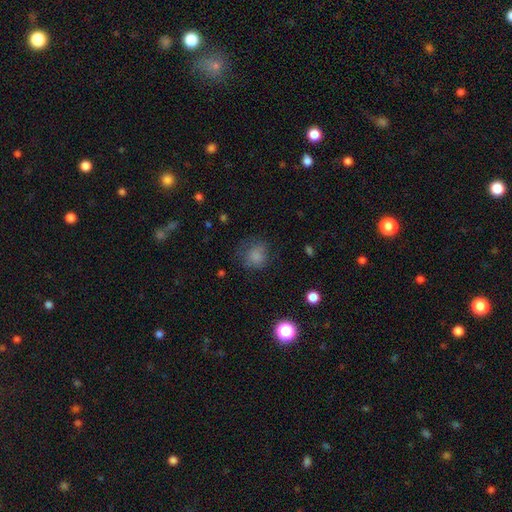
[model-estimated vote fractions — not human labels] smooth_or_featured: smooth (p=0.77) [alt: star or artifact p=0.13]
how_rounded: round (p=0.82) [alt: in between p=0.17]
merging: none (p=0.62) [alt: minor disturbance p=0.22]